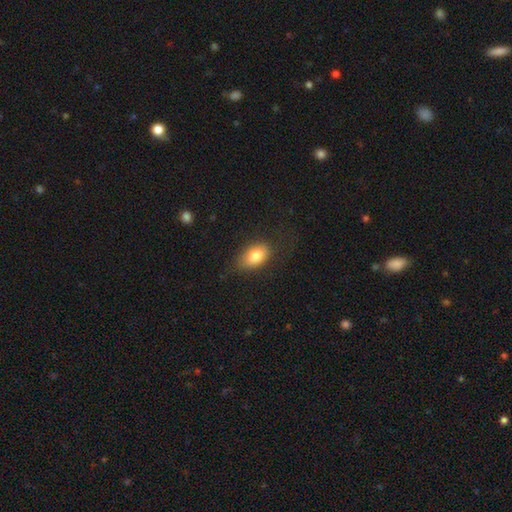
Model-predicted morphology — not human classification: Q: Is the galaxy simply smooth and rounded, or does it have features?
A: smooth — 81%.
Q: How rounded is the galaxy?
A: in between — 88%.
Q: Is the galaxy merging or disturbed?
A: none — 75%.